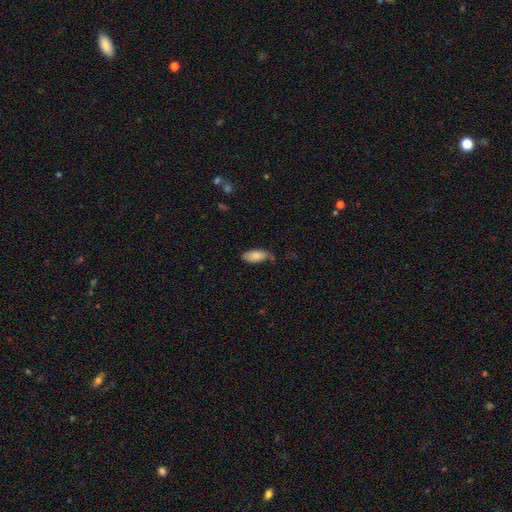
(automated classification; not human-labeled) A smooth galaxy with no disk features (83%) that is in between round and cigar-shaped (89%). Merging: none (70%).